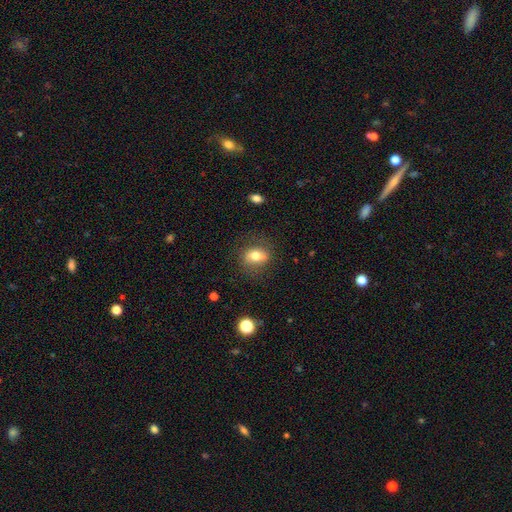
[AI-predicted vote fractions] The model was most divided on "how rounded": in between: 66%, round: 31%, cigar-shaped: 3%. More confident: merging — none (76%); smooth or featured — smooth (66%).